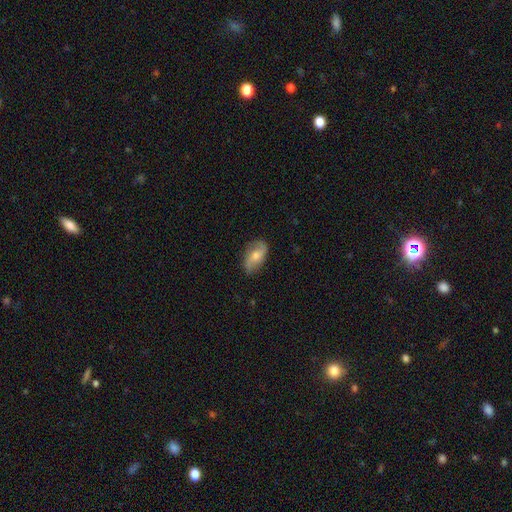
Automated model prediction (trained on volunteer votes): Smooth or featured?
  - featured or disk: 53% *
  - smooth: 39%
  - star or artifact: 8%
Edge-on disk?
  - no: 92% *
  - yes: 8%
Merging?
  - none: 78% *
  - minor disturbance: 17%
  - major disturbance: 4%
  - merger: 1%